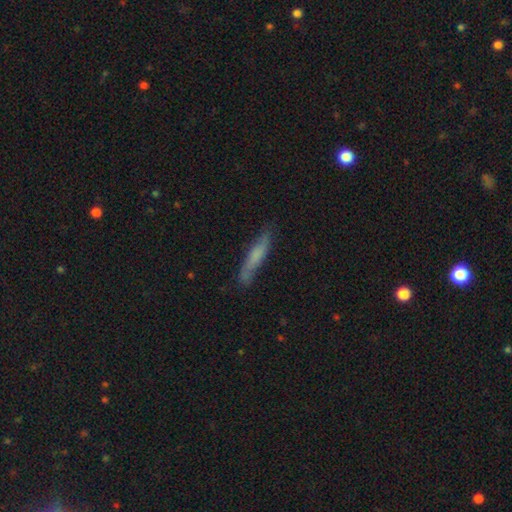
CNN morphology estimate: This is possibly a smooth galaxy (58%). How rounded: clearly cigar-shaped (90%). Merging: likely none (76%).